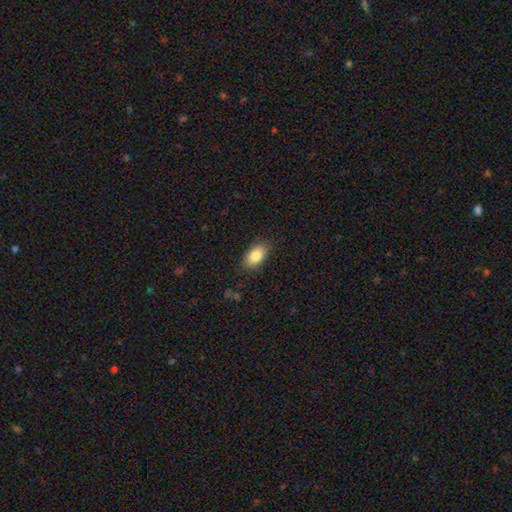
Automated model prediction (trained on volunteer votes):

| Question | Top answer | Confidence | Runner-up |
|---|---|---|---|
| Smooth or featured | smooth | 84% | featured or disk (9%) |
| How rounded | in between | 90% | round (8%) |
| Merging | none | 83% | minor disturbance (13%) |